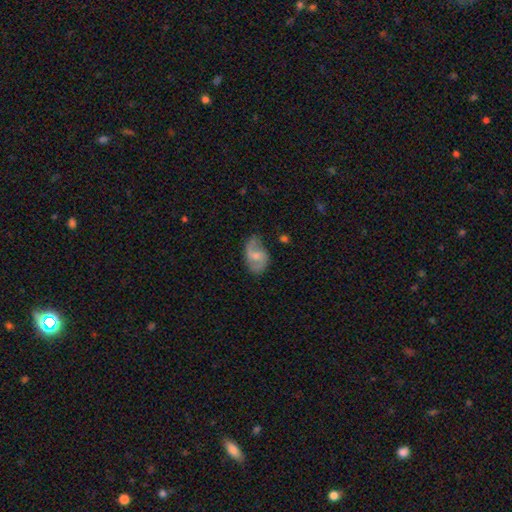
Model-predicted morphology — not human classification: Smooth or featured? Predicted: featured or disk (p=0.65). Edge-on disk? Predicted: no (p=0.97). Bar? Predicted: weak (p=0.50). Spiral arms? Predicted: yes (p=0.89). Spiral winding? Predicted: loose (p=0.51). Spiral arm count? Predicted: 2 (p=0.85). Bulge size? Predicted: small (p=0.46). Merging? Predicted: none (p=0.60).